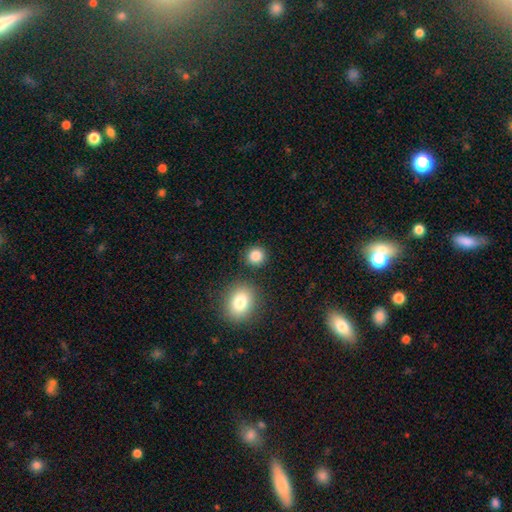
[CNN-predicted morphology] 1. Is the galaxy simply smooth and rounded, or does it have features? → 85% smooth, 10% star or artifact, 4% featured or disk.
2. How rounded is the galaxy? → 88% round, 11% in between, 1% cigar-shaped.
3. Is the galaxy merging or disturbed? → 84% none, 7% minor disturbance, 6% merger, 3% major disturbance.